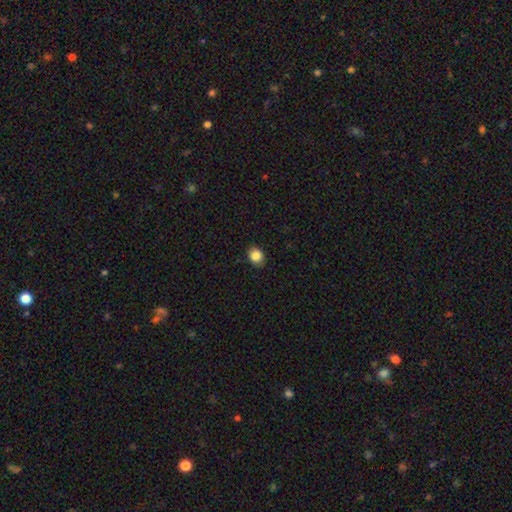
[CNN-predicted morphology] This is clearly a smooth galaxy (85%). How rounded: possibly round (60%). Merging: clearly none (89%).